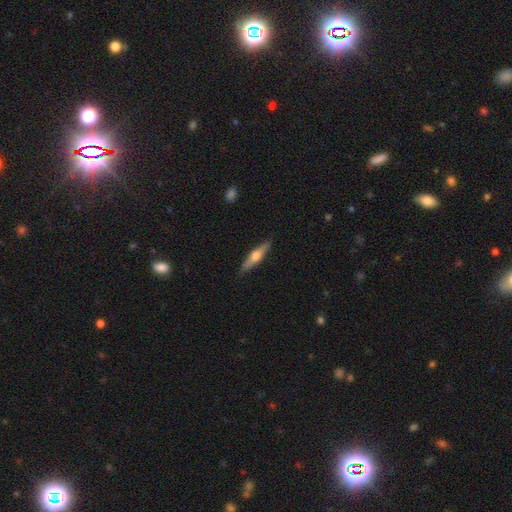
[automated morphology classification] A featured or disk galaxy (55%) viewed edge-on (94%) with a rounded central bulge (90%). Merging: none (88%).